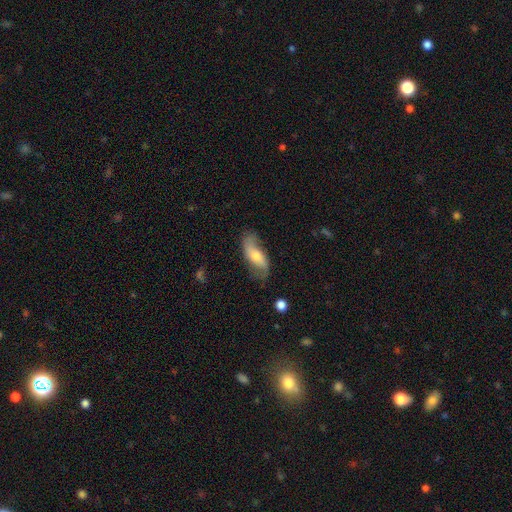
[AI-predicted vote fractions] featured or disk 61%, smooth 32%, star or artifact 7%. Down the decision tree: edge-on disk — no (87%); bar — no (49%); spiral arms — yes (87%); bulge size — moderate (53%); merging — none (67%).